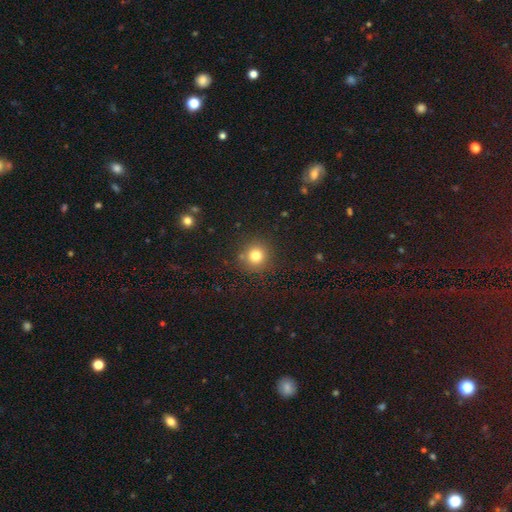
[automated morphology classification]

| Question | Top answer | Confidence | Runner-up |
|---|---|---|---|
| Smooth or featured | smooth | 79% | star or artifact (14%) |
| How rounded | round | 92% | in between (7%) |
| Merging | none | 86% | minor disturbance (8%) |